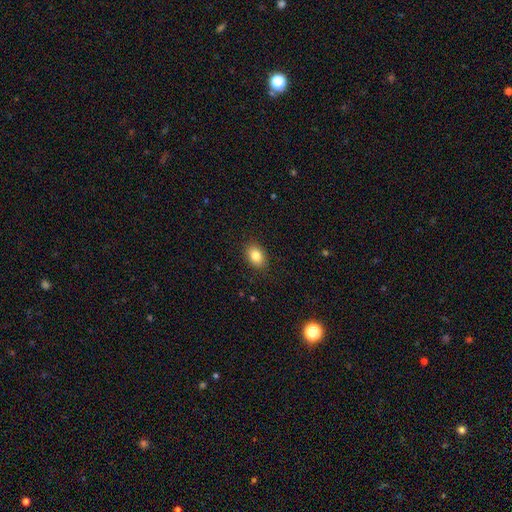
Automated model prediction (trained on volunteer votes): A smooth galaxy with no disk features (84%) that is in between round and cigar-shaped (77%). Merging: none (89%).